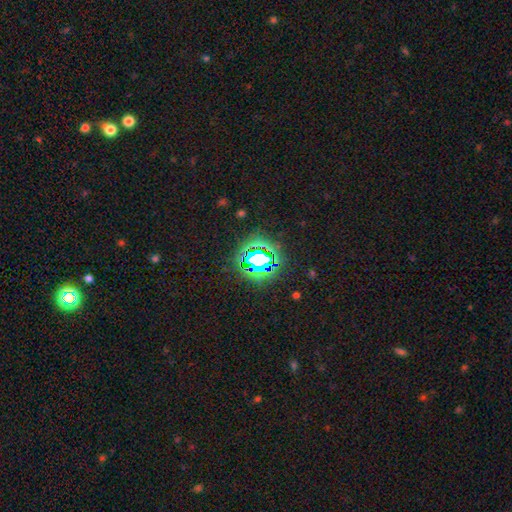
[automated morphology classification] type=star or artifact (73%).